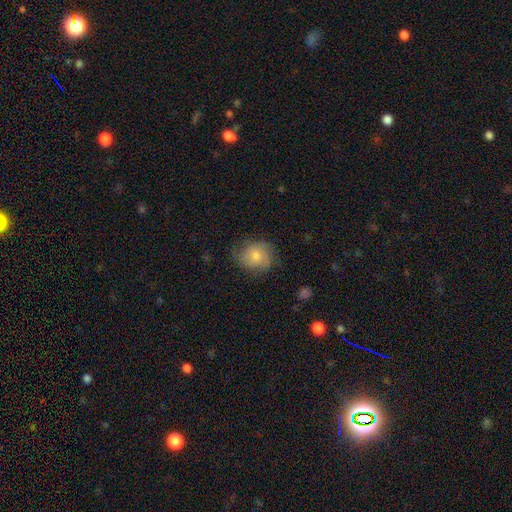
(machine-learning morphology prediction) Smooth or featured: smooth — 61% (featured or disk — 30%)
How rounded: round — 70% (in between — 29%)
Merging: none — 71% (minor disturbance — 21%)